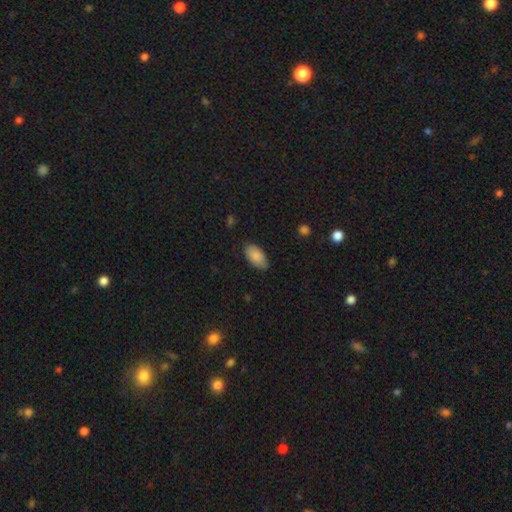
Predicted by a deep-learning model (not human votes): smooth_or_featured: smooth (p=0.88) [alt: star or artifact p=0.07]
how_rounded: in between (p=0.94) [alt: round p=0.03]
merging: none (p=0.80) [alt: minor disturbance p=0.16]